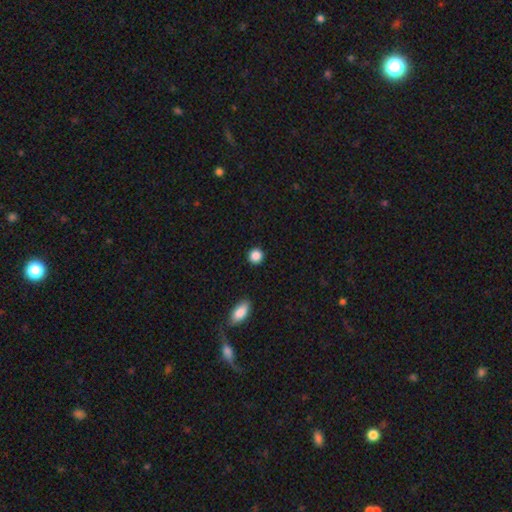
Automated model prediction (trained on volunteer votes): Smooth or featured: smooth — 87% (star or artifact — 9%)
How rounded: round — 92% (in between — 7%)
Merging: none — 91% (minor disturbance — 5%)